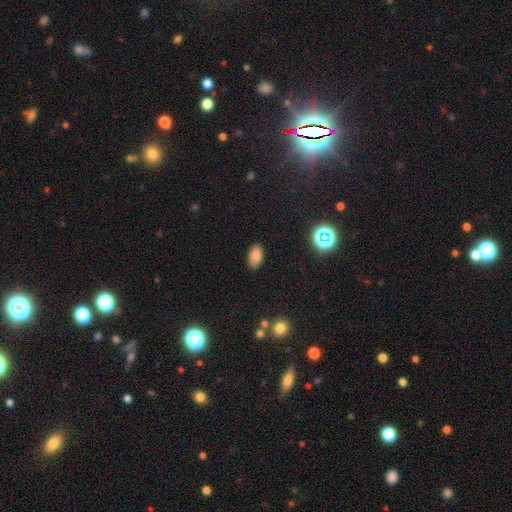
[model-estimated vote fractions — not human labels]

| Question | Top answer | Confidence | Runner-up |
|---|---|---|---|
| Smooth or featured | smooth | 82% | star or artifact (12%) |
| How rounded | in between | 92% | round (6%) |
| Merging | none | 87% | minor disturbance (10%) |